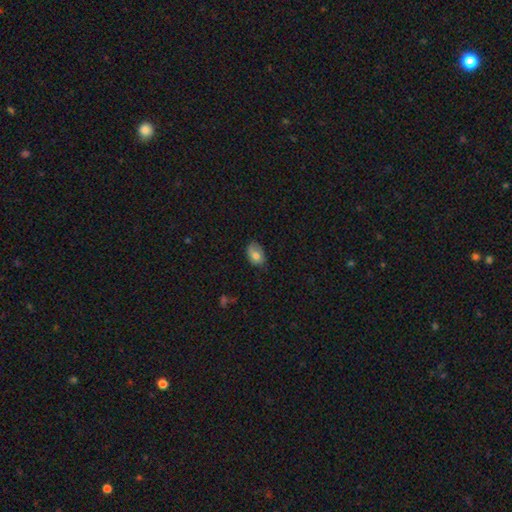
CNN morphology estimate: A smooth galaxy with no disk features (75%) that is in between round and cigar-shaped (85%).

Vote fractions:
- Smooth or featured? smooth: 75% / featured or disk: 17% / star or artifact: 8%
- How rounded? in between: 85% / round: 13% / cigar-shaped: 1%
- Merging? none: 64% / minor disturbance: 29% / major disturbance: 6% / merger: 1%